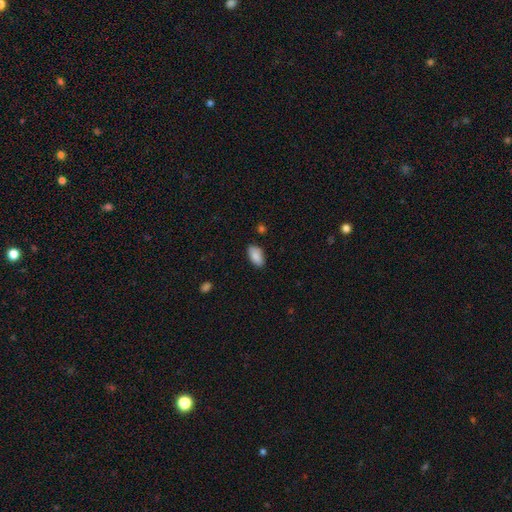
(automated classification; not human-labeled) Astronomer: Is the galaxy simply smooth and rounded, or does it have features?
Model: smooth — 89%.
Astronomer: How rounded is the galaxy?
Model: in between — 94%.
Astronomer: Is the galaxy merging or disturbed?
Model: none — 85%.